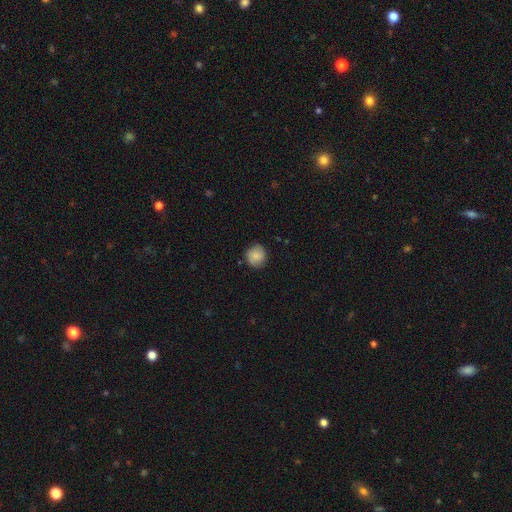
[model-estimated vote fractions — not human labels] Q: Smooth or featured?
A: smooth (82%); runner-up: featured or disk (10%)
Q: How rounded?
A: round (89%); runner-up: in between (10%)
Q: Merging?
A: none (83%); runner-up: minor disturbance (13%)